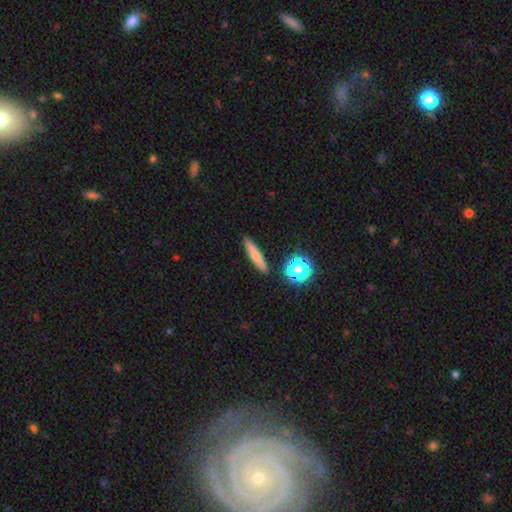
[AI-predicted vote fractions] Smooth or featured? Predicted: smooth (p=0.71). How rounded? Predicted: cigar-shaped (p=0.85). Merging? Predicted: none (p=0.88).